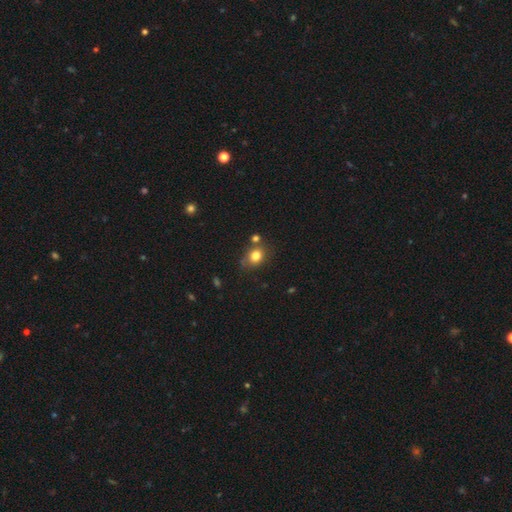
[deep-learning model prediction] A smooth galaxy with no disk features (80%) that is round (57%). Merging: none (65%).